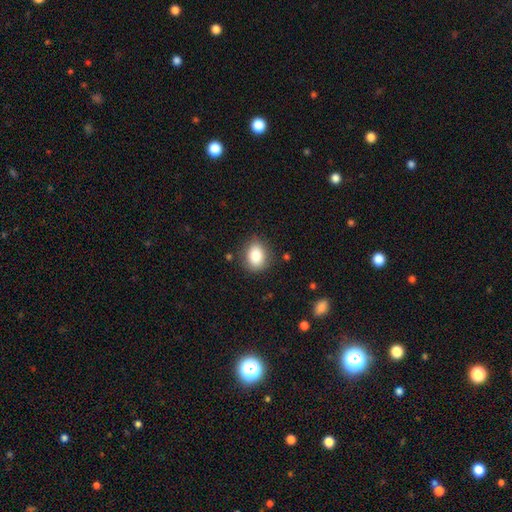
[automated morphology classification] Smooth or featured: smooth — 84% (star or artifact — 9%)
How rounded: round — 50% (in between — 49%)
Merging: none — 81% (minor disturbance — 13%)